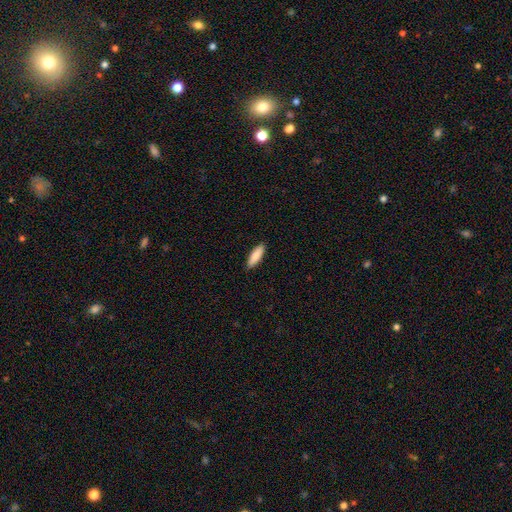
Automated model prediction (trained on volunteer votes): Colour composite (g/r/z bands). It shows a smooth galaxy with no disk features (86%) that is cigar-shaped (51%). Merging: none (90%).